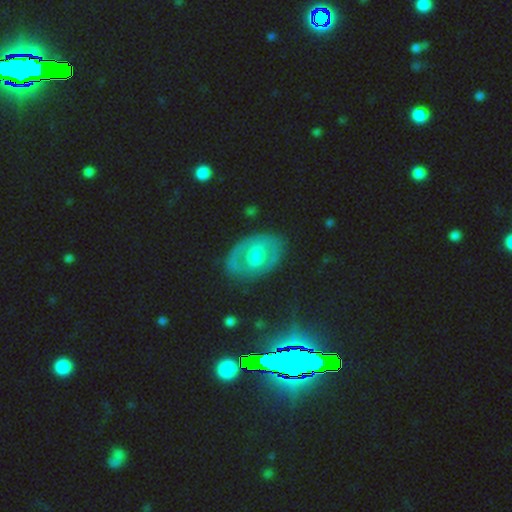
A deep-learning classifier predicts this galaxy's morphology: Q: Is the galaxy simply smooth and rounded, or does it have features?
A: featured or disk — 57%.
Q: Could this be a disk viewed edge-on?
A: no — 93%.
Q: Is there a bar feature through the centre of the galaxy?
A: no — 77%.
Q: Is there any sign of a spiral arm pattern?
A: no — 68%.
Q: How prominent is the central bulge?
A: moderate — 57%.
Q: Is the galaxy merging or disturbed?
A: none — 79%.